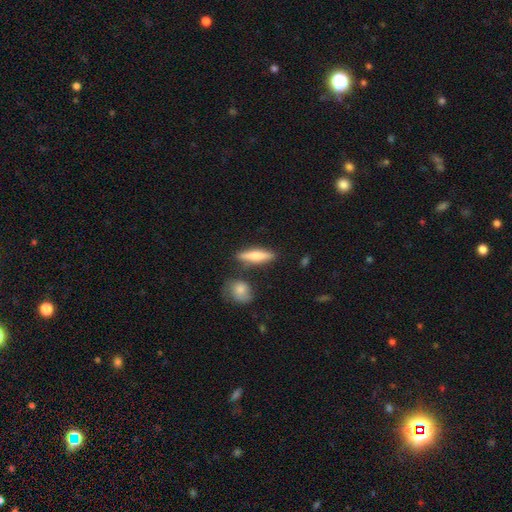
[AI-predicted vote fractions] Smooth or featured?
  - smooth: 62% *
  - featured or disk: 32%
  - star or artifact: 6%
How rounded?
  - cigar-shaped: 73% *
  - in between: 23%
  - round: 3%
Merging?
  - none: 80% *
  - minor disturbance: 11%
  - merger: 6%
  - major disturbance: 3%